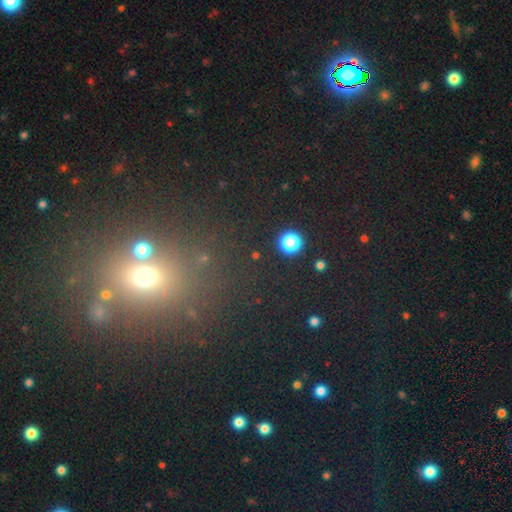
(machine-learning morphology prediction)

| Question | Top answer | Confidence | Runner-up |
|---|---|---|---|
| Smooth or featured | smooth | 63% | star or artifact (31%) |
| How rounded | round | 86% | in between (13%) |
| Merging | none | 88% | minor disturbance (6%) |